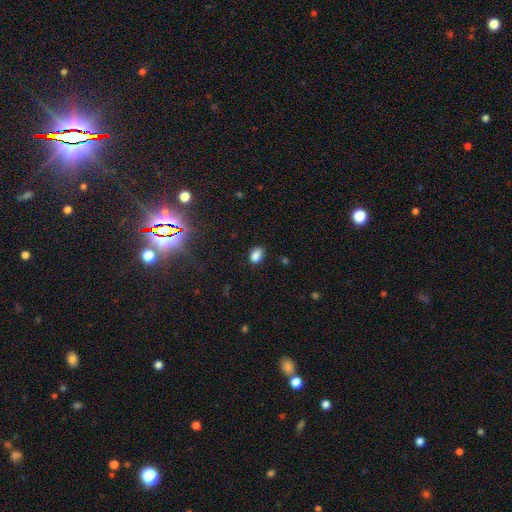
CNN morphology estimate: This is clearly a smooth galaxy (84%). How rounded: clearly in between (80%). Merging: likely none (78%).